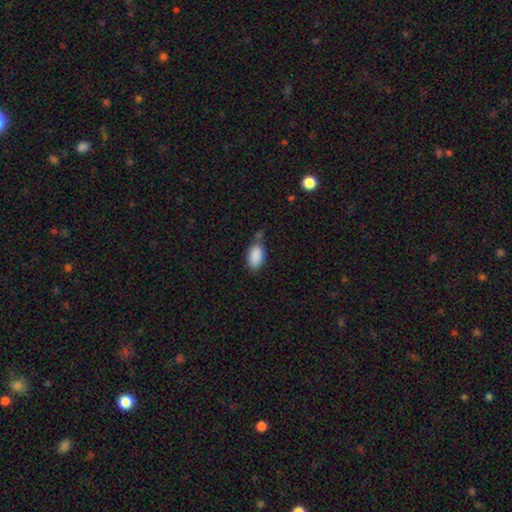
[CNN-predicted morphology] The model was most divided on "merging": none: 62%, minor disturbance: 22%, merger: 10%, major disturbance: 5%. More confident: how rounded — in between (94%); smooth or featured — smooth (89%).